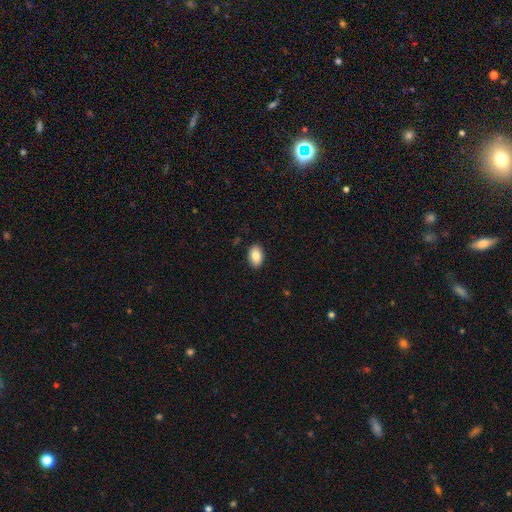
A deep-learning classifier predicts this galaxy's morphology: Overall: smooth (85%). How rounded: in between (88%). Merging: none (89%).